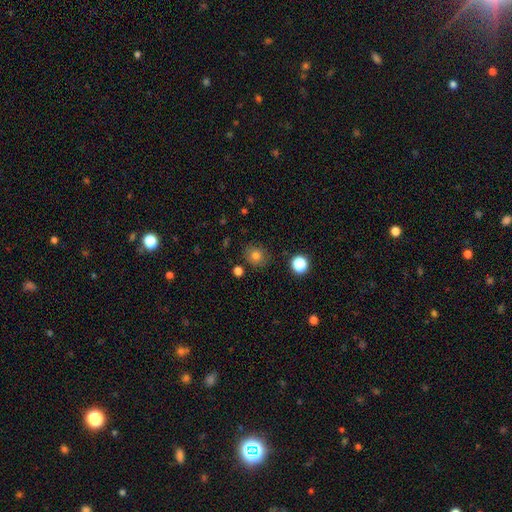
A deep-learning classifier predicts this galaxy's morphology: A smooth galaxy with no disk features (78%) that is round (78%).

Vote fractions:
- Smooth or featured? smooth: 78% / star or artifact: 14% / featured or disk: 8%
- How rounded? round: 78% / in between: 21% / cigar-shaped: 1%
- Merging? none: 83% / minor disturbance: 11% / merger: 3% / major disturbance: 3%